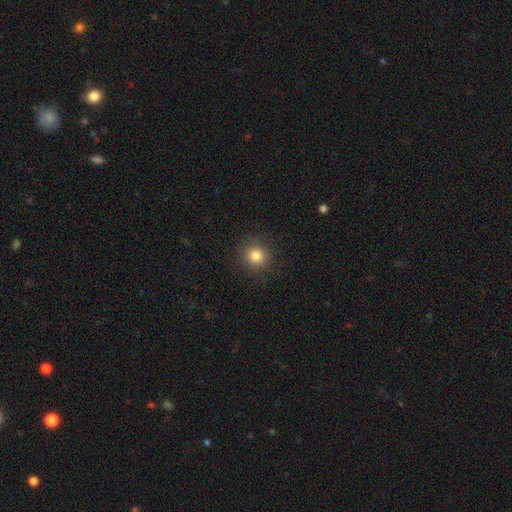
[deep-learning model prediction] A smooth galaxy with no disk features (82%) that is round (92%).

Vote fractions:
- Smooth or featured? smooth: 82% / star or artifact: 12% / featured or disk: 6%
- How rounded? round: 92% / in between: 7% / cigar-shaped: 1%
- Merging? none: 90% / minor disturbance: 6% / major disturbance: 2% / merger: 1%